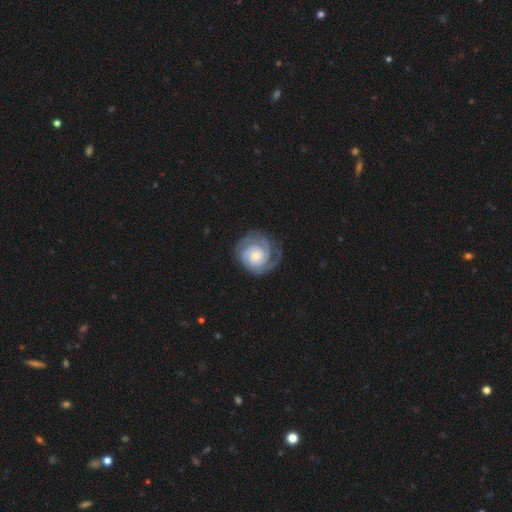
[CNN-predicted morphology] Overall: featured or disk (83%). Edge-on disk: no (98%). Bar: no (71%). Spiral arms: yes (97%). Spiral arm count: 2 (35%; 3 27%). Spiral winding: tight (72%). Bulge size: small (42%; moderate 41%). Merging: none (76%).